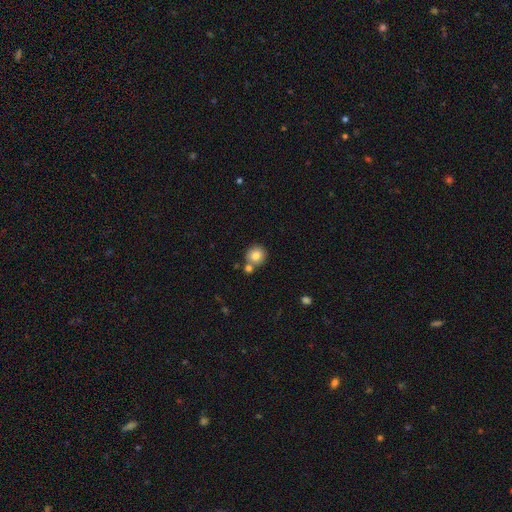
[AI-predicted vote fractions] smooth_or_featured: smooth (p=0.81) [alt: featured or disk p=0.10]
how_rounded: round (p=0.91) [alt: in between p=0.09]
merging: none (p=0.65) [alt: merger p=0.23]